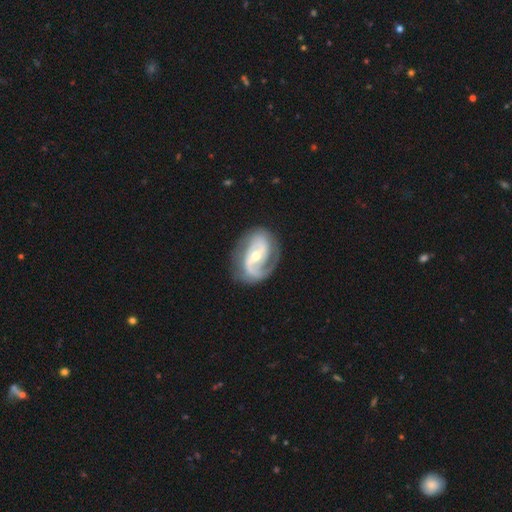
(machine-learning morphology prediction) featured or disk 87%, smooth 8%, star or artifact 4%. Down the decision tree: edge-on disk — no (97%); bar — weak (40%); spiral arms — yes (95%); spiral arm count — 2 (73%); spiral winding — medium (46%); bulge size — moderate (57%); merging — none (72%).